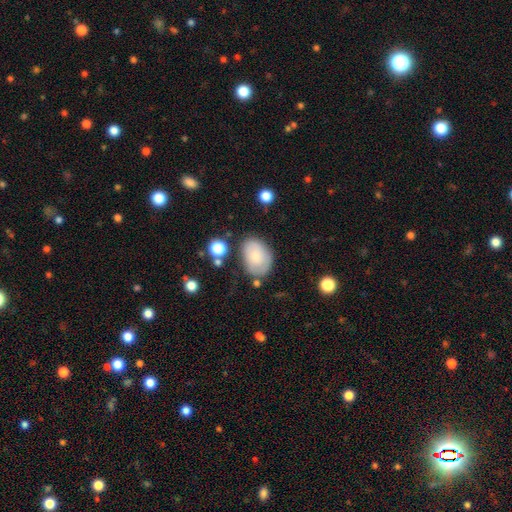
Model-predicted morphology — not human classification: A smooth galaxy with no disk features (72%) that is in between round and cigar-shaped (79%).

Vote fractions:
- Smooth or featured? smooth: 72% / featured or disk: 20% / star or artifact: 8%
- How rounded? in between: 79% / round: 20% / cigar-shaped: 1%
- Merging? none: 67% / minor disturbance: 21% / major disturbance: 7% / merger: 5%